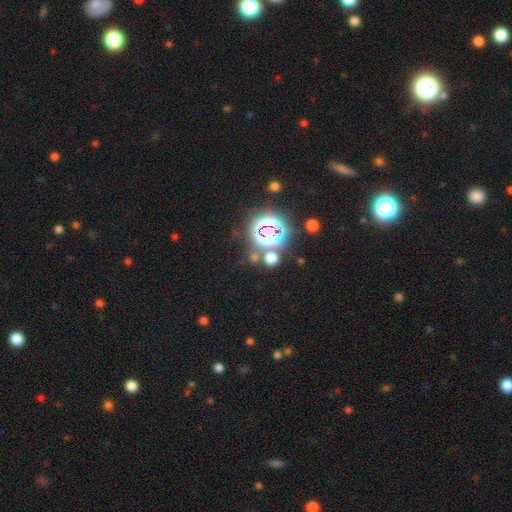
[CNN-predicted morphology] Smooth or featured? star or artifact (68%)